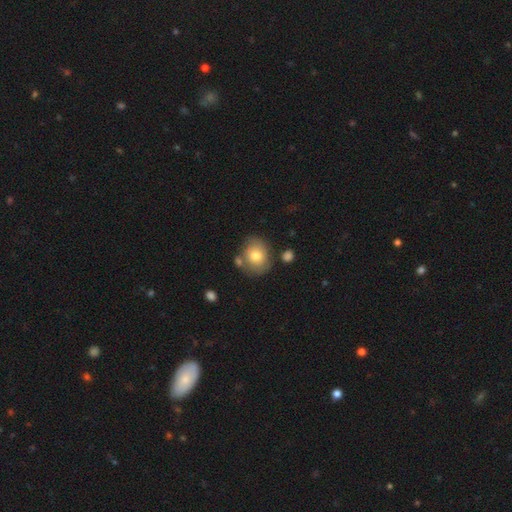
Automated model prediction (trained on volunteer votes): smooth-or-featured: smooth: 70% | featured or disk: 23% | star or artifact: 8%
  how-rounded: round: 69% | in between: 30% | cigar-shaped: 1%
  merging: none: 61% | minor disturbance: 20% | merger: 12% | major disturbance: 7%